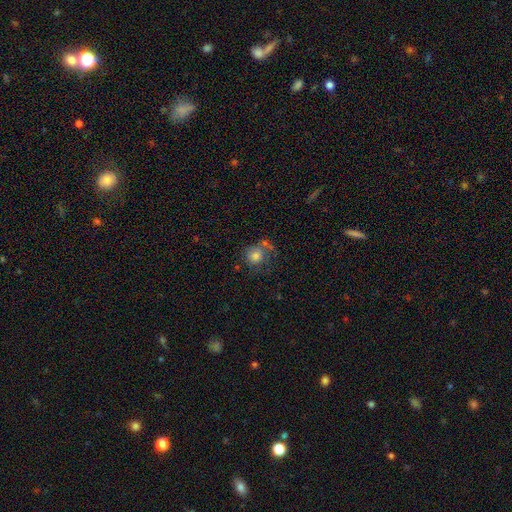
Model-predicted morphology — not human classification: type=smooth (75%); roundness=round (83%); merging=none (51%).